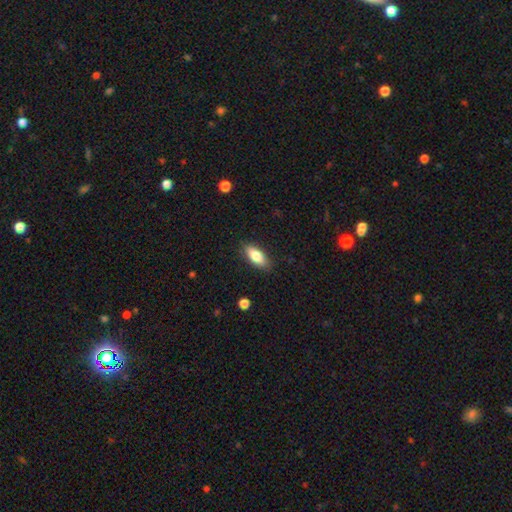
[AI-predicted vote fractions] A smooth galaxy with no disk features (82%) that is in between round and cigar-shaped (80%). Merging: none (86%).